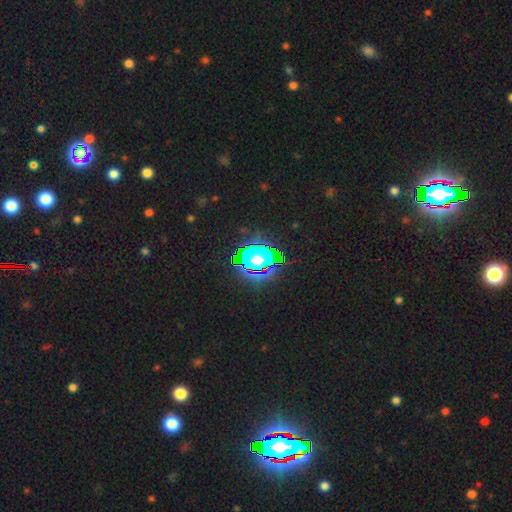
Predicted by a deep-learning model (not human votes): Q: Smooth or featured?
A: star or artifact (82%); runner-up: smooth (11%)